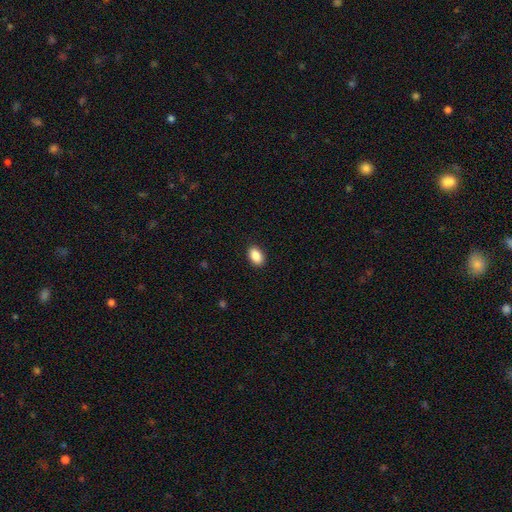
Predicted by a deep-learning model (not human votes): smooth-or-featured: smooth: 89% | star or artifact: 7% | featured or disk: 4%
  how-rounded: in between: 91% | round: 8% | cigar-shaped: 2%
  merging: none: 90% | minor disturbance: 7% | major disturbance: 2% | merger: 1%